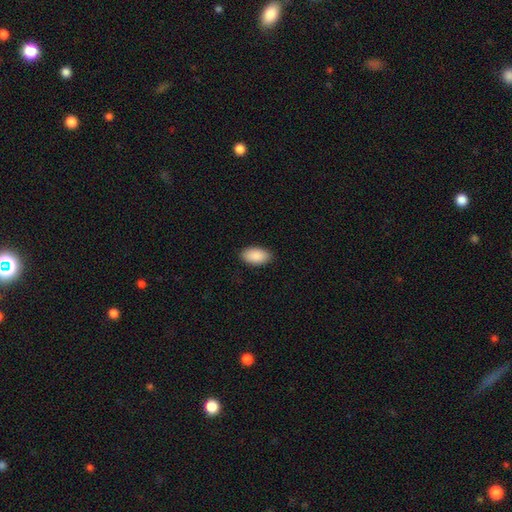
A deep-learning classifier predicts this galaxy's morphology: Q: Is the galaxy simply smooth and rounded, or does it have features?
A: smooth — 90%.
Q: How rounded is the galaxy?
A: in between — 95%.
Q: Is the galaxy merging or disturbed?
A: none — 89%.